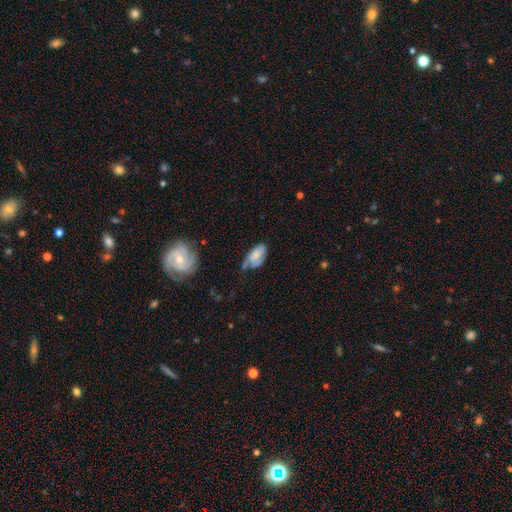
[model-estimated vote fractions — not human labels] This appears to be a smooth galaxy with no disk features (63%) that is in between round and cigar-shaped (92%). Merging: minor disturbance (40%).